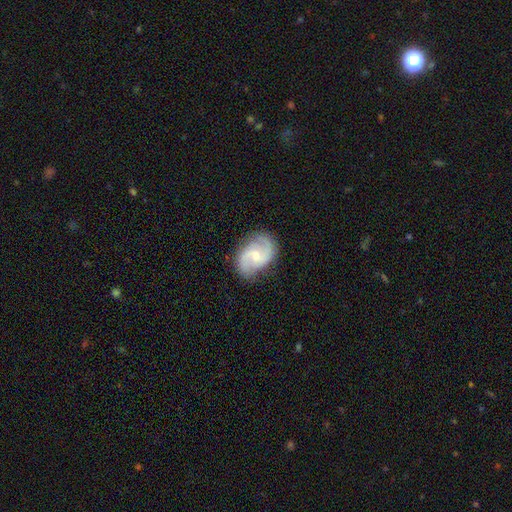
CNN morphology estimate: A featured or disk galaxy (82%) with a weak bar (47%), 2 (90%) medium (51%) spiral arms (96%) and a small central bulge (55%).

Vote fractions:
- Smooth or featured? featured or disk: 82% / smooth: 13% / star or artifact: 5%
- Edge-on disk? no: 98% / yes: 2%
- Bar? weak: 47% / no: 43% / strong: 10%
- Spiral arms? yes: 96% / no: 4%
- Spiral winding? medium: 51% / loose: 32% / tight: 17%
- Spiral arm count? 2: 90% / can't tell: 4% / 3: 2% / 1: 2% / 4: 1% / more than 4: 1%
- Bulge size? small: 55% / moderate: 41% / none: 2% / large: 2% / dominant: 1%
- Merging? none: 80% / minor disturbance: 15% / major disturbance: 4% / merger: 1%